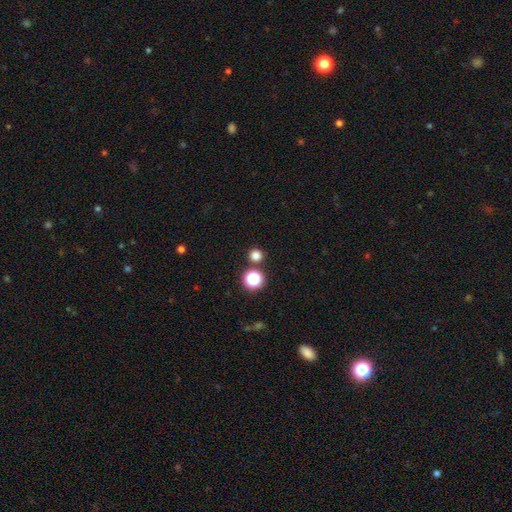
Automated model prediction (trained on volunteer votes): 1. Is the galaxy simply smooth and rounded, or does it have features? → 77% smooth, 19% star or artifact, 4% featured or disk.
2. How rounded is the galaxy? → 94% round, 5% in between, 1% cigar-shaped.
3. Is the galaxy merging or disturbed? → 85% none, 7% merger, 6% minor disturbance, 2% major disturbance.